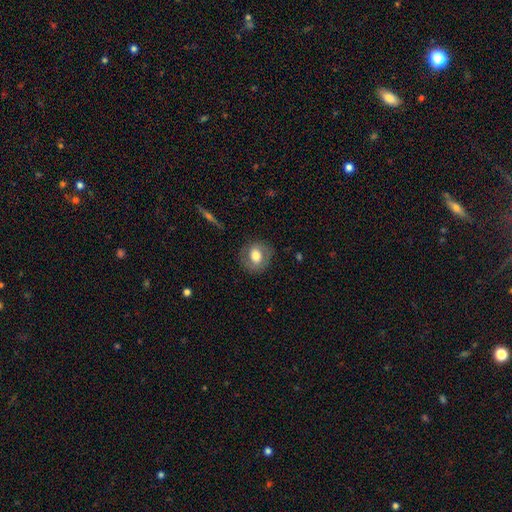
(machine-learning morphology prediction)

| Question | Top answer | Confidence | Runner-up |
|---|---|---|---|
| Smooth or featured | smooth | 56% | featured or disk (36%) |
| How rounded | round | 73% | in between (26%) |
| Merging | none | 81% | minor disturbance (13%) |